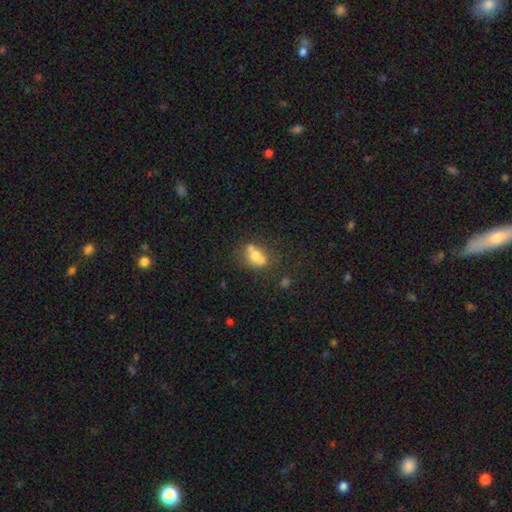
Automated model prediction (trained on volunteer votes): A smooth galaxy with no disk features (60%) that is in between round and cigar-shaped (51%).

Vote fractions:
- Smooth or featured? smooth: 60% / featured or disk: 27% / star or artifact: 13%
- How rounded? in between: 51% / round: 46% / cigar-shaped: 2%
- Merging? merger: 50% / none: 34% / minor disturbance: 11% / major disturbance: 6%